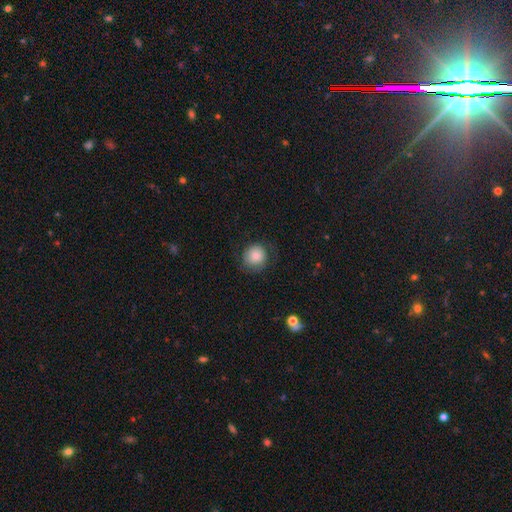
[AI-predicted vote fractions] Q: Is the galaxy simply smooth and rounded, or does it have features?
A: smooth — 81%.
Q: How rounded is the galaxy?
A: round — 88%.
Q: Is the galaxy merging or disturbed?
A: none — 73%.